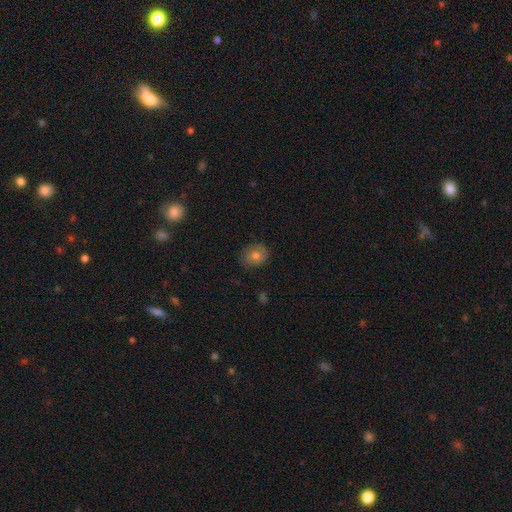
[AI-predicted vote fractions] A smooth galaxy with no disk features (73%) that is round (64%).

Vote fractions:
- Smooth or featured? smooth: 73% / featured or disk: 17% / star or artifact: 10%
- How rounded? round: 64% / in between: 35% / cigar-shaped: 1%
- Merging? none: 83% / minor disturbance: 13% / major disturbance: 3% / merger: 1%